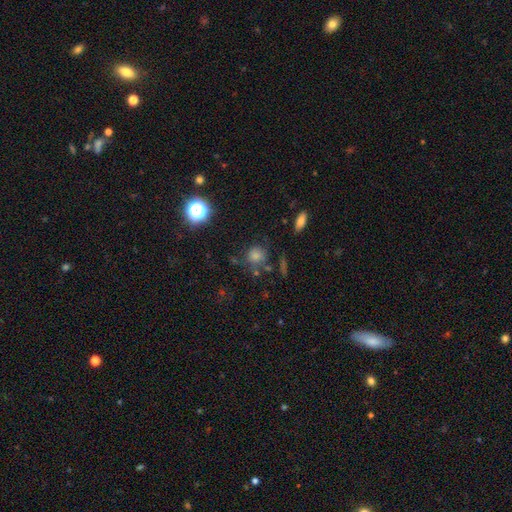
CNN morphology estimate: Smooth or featured: smooth — 73% (star or artifact — 18%)
How rounded: round — 85% (in between — 14%)
Merging: none — 65% (minor disturbance — 17%)